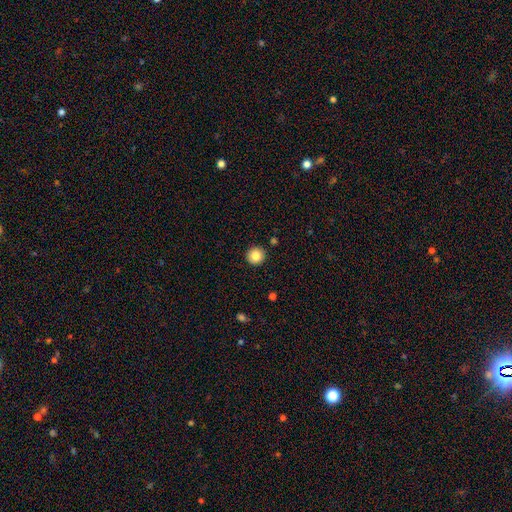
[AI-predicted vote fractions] Smooth or featured? Predicted: smooth (p=0.84). How rounded? Predicted: round (p=0.95). Merging? Predicted: none (p=0.92).